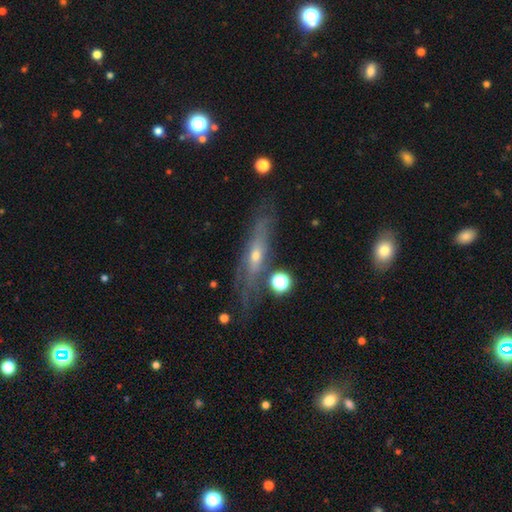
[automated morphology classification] Q: Smooth or featured?
A: featured or disk (67%); runner-up: smooth (23%)
Q: Edge-on disk?
A: yes (53%); runner-up: no (47%)
Q: Merging?
A: none (65%); runner-up: minor disturbance (20%)